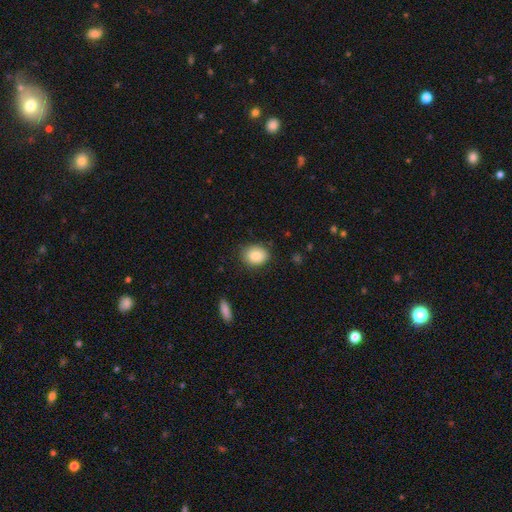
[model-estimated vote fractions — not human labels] Smooth or featured?
  - smooth: 83% *
  - featured or disk: 9%
  - star or artifact: 8%
How rounded?
  - round: 53% *
  - in between: 46%
  - cigar-shaped: 1%
Merging?
  - none: 82% *
  - minor disturbance: 14%
  - major disturbance: 3%
  - merger: 1%